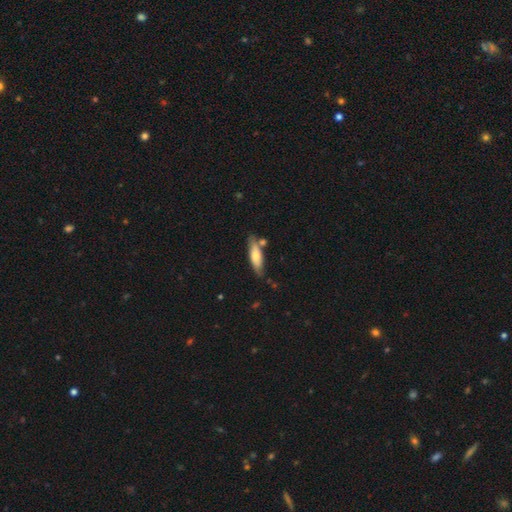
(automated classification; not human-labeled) Q: Smooth or featured?
A: smooth (65%); runner-up: featured or disk (29%)
Q: How rounded?
A: cigar-shaped (58%); runner-up: in between (40%)
Q: Merging?
A: none (70%); runner-up: minor disturbance (17%)